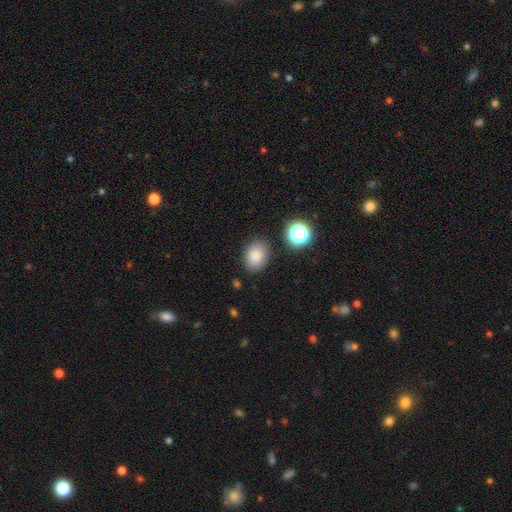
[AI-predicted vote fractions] This appears to be a smooth galaxy with no disk features (83%) that is in between round and cigar-shaped (67%). Merging: none (83%).